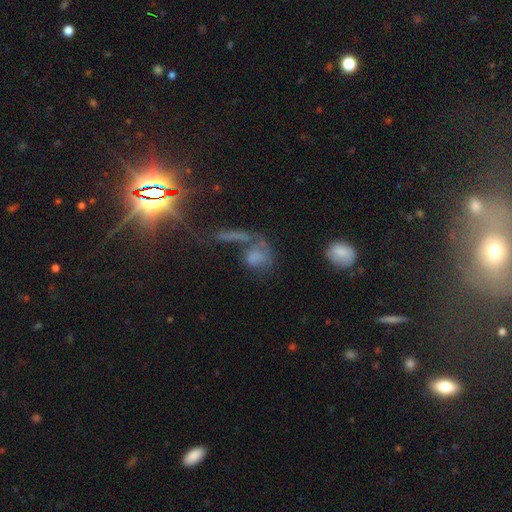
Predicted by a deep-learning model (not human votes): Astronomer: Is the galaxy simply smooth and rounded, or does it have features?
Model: smooth — 37% (runner-up: star or artifact, 35%).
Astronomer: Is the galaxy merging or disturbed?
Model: merger — 34% (runner-up: none, 31%).